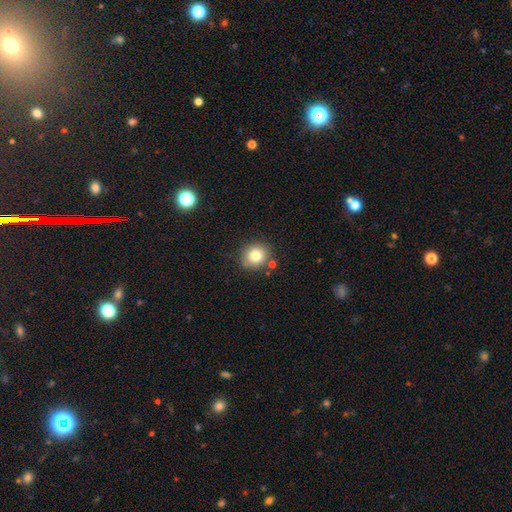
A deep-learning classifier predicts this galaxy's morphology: type=smooth (80%); roundness=round (82%); merging=none (80%).